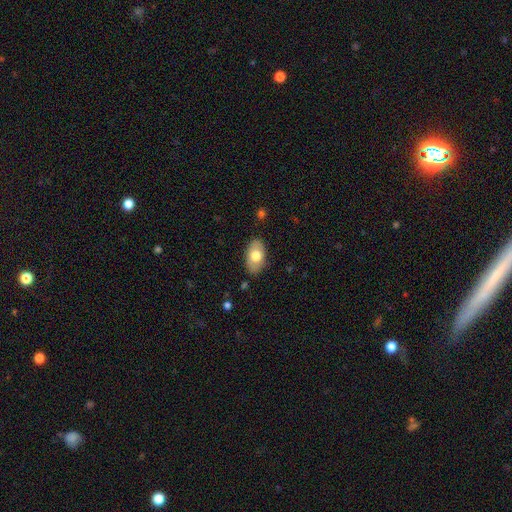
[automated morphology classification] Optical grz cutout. It shows a smooth galaxy with no disk features (72%) that is in between round and cigar-shaped (93%). Merging: none (83%).